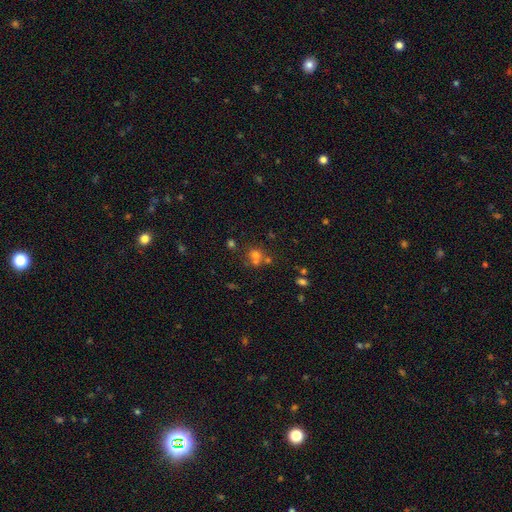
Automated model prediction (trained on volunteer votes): Q: Smooth or featured?
A: smooth (61%); runner-up: star or artifact (24%)
Q: How rounded?
A: round (81%); runner-up: in between (18%)
Q: Merging?
A: none (48%); runner-up: merger (37%)